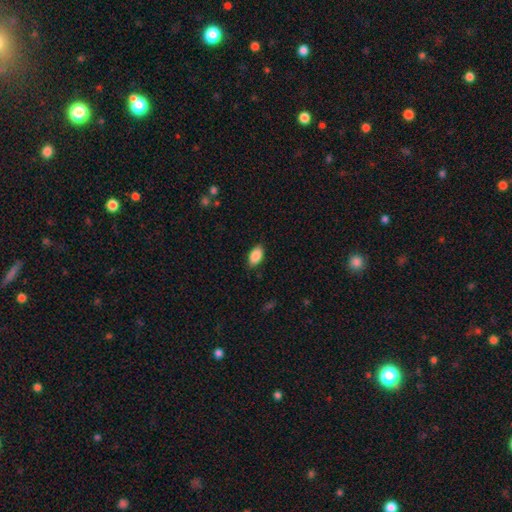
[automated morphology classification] Smooth or featured? smooth (89%)
How rounded? in between (93%)
Merging? none (85%)